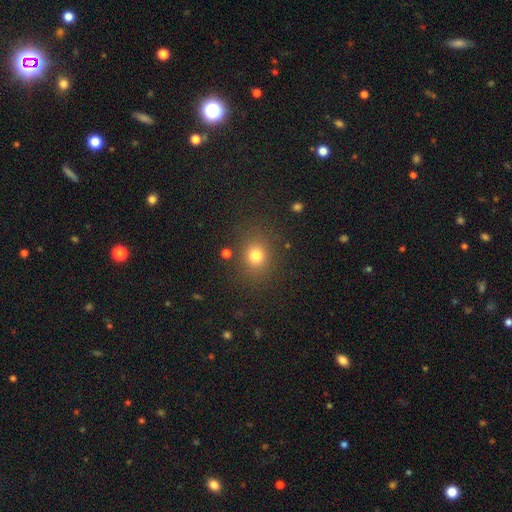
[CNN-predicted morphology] Smooth or featured? Predicted: smooth (p=0.77). How rounded? Predicted: round (p=0.71). Merging? Predicted: none (p=0.83).